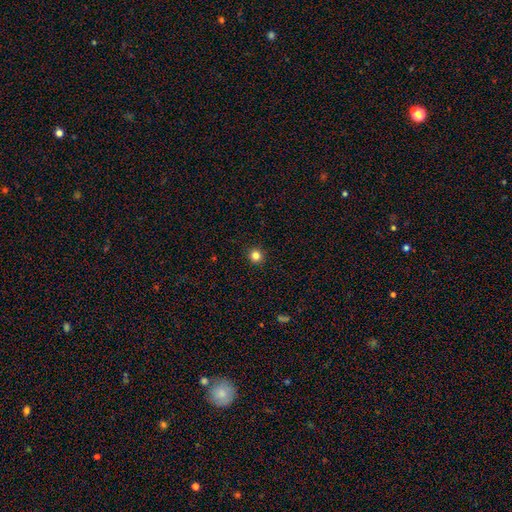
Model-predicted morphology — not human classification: Overall: smooth (82%). How rounded: round (95%). Merging: none (93%).